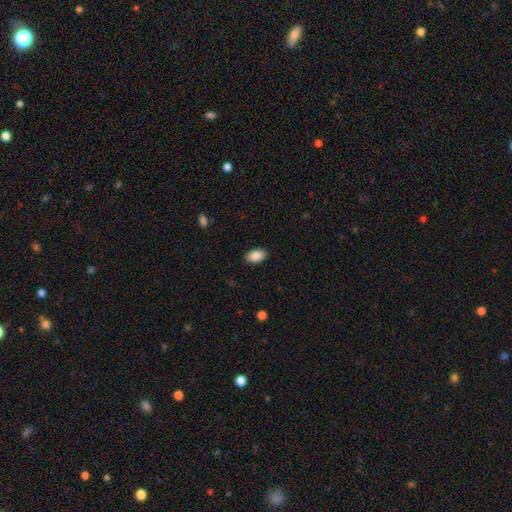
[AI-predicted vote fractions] smooth-or-featured: smooth: 88% | star or artifact: 7% | featured or disk: 4%
  how-rounded: in between: 94% | round: 5% | cigar-shaped: 2%
  merging: none: 89% | minor disturbance: 8% | major disturbance: 2% | merger: 1%